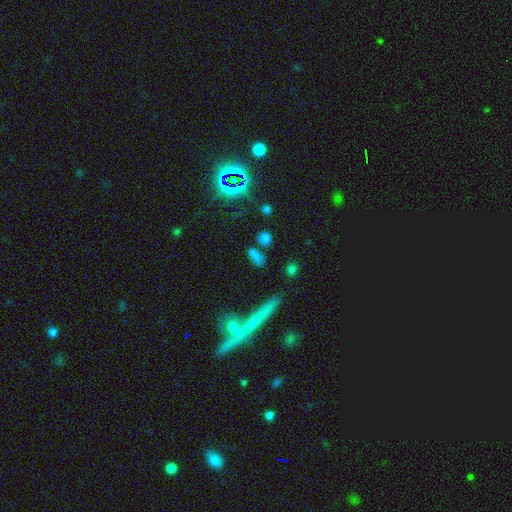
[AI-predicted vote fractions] Smooth or featured? Predicted: smooth (p=0.70). How rounded? Predicted: in between (p=0.57). Merging? Predicted: none (p=0.66).